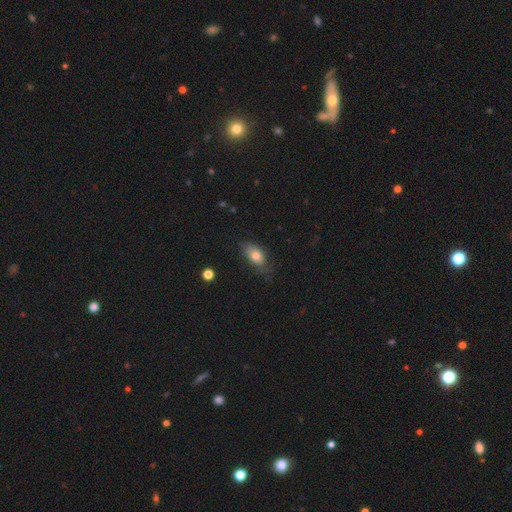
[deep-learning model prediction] Overall: smooth (77%). How rounded: in between (87%). Merging: none (61%; minor disturbance 28%).